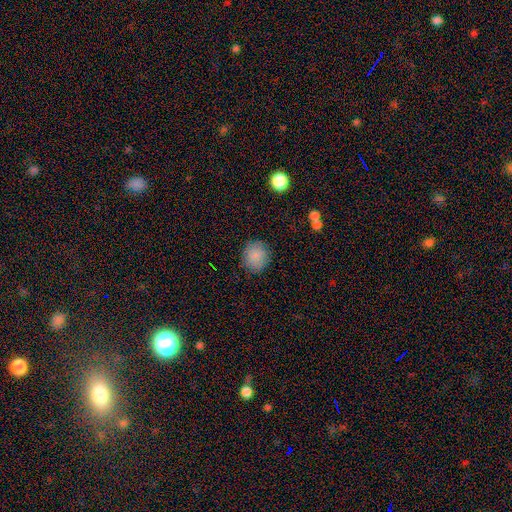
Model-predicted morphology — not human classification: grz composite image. It shows a smooth galaxy with no disk features (86%) that is round (78%). Merging: none (86%).